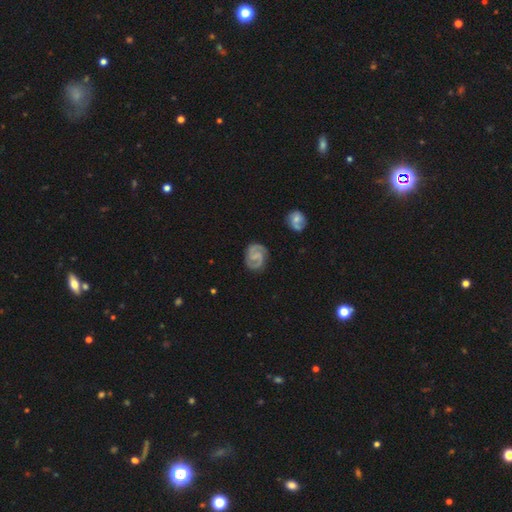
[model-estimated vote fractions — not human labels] Morphology: type=featured or disk (85%); edge-on=no (98%); bar=weak (48%); spiral arms=yes (97%); winding=medium (51%); arm count=2 (91%); bulge=none (52%); merging=none (83%).